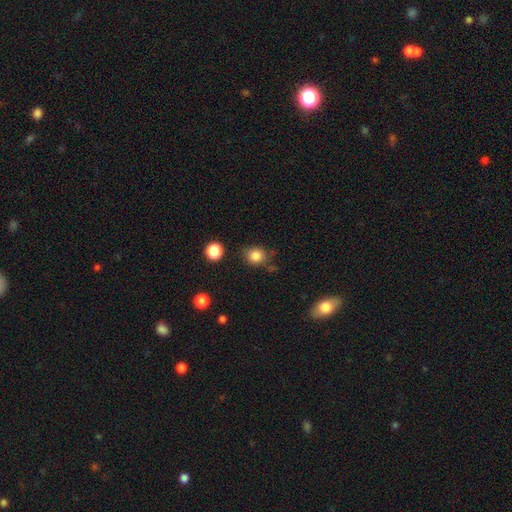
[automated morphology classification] Q: Smooth or featured?
A: smooth (84%); runner-up: star or artifact (11%)
Q: How rounded?
A: round (81%); runner-up: in between (18%)
Q: Merging?
A: none (78%); runner-up: minor disturbance (14%)